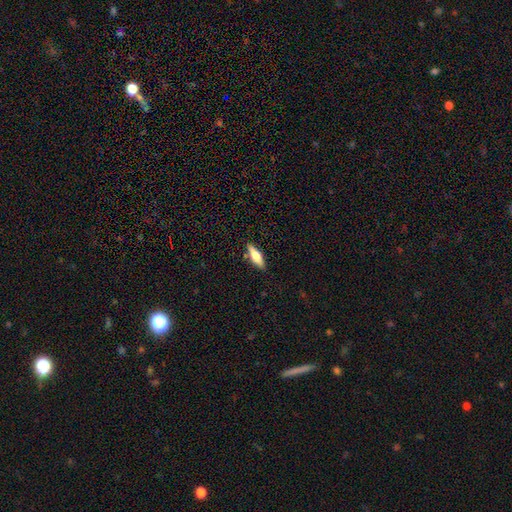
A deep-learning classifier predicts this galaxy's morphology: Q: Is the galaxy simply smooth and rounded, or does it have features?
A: smooth — 53%.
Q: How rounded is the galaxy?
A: in between — 49%, tied with cigar-shaped.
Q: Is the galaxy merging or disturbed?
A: none — 85%.